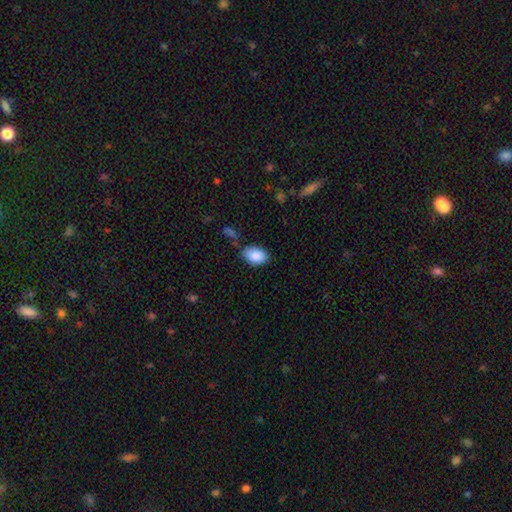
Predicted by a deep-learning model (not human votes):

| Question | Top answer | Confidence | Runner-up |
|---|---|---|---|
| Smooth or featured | smooth | 89% | star or artifact (7%) |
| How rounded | in between | 90% | round (9%) |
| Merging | none | 72% | minor disturbance (19%) |